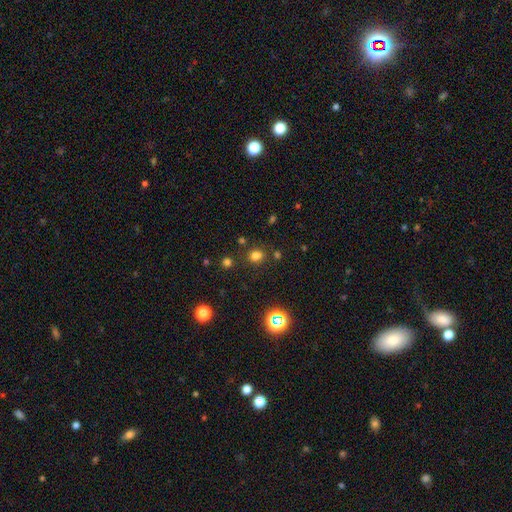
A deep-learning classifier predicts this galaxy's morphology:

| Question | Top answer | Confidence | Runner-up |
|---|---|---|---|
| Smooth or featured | smooth | 71% | star or artifact (23%) |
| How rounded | round | 65% | in between (34%) |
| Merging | none | 77% | minor disturbance (10%) |